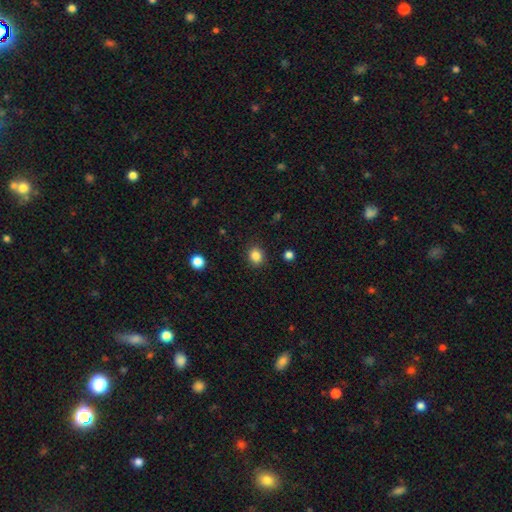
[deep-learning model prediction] smooth 85%, star or artifact 11%, featured or disk 4%. Down the decision tree: how rounded — round (69%); merging — none (89%).